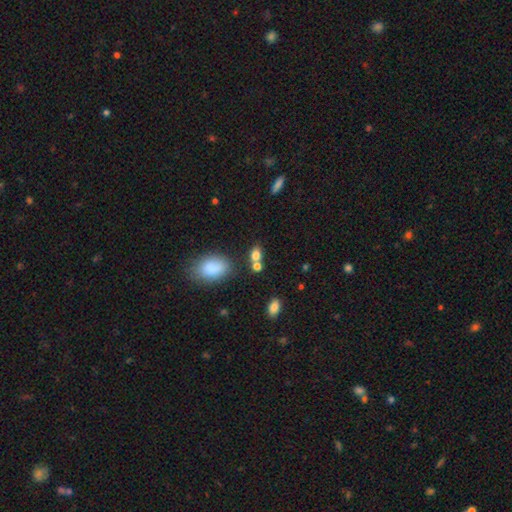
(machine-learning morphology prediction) smooth_or_featured: smooth (p=0.76) [alt: star or artifact p=0.13]
how_rounded: in between (p=0.64) [alt: round p=0.33]
merging: none (p=0.52) [alt: merger p=0.31]